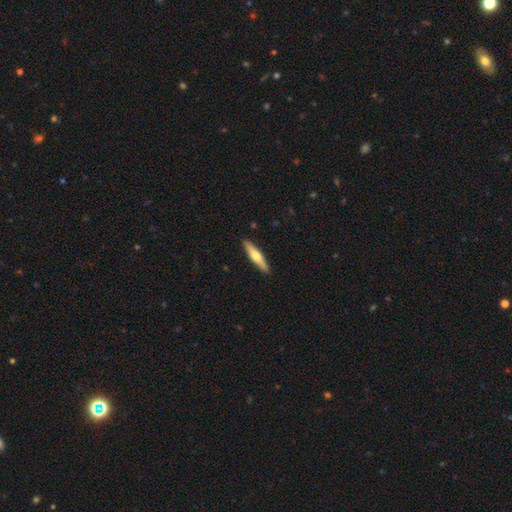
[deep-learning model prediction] Q: Smooth or featured?
A: smooth (50%); runner-up: featured or disk (45%)
Q: How rounded?
A: cigar-shaped (83%); runner-up: in between (15%)
Q: Merging?
A: none (91%); runner-up: minor disturbance (7%)